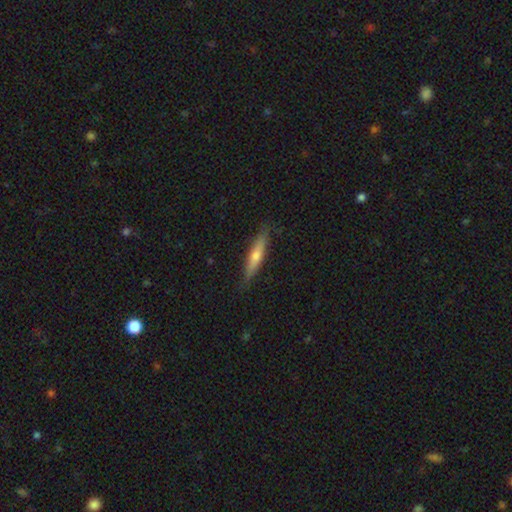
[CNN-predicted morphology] Smooth or featured? Predicted: featured or disk (p=0.49). Merging? Predicted: none (p=0.87).